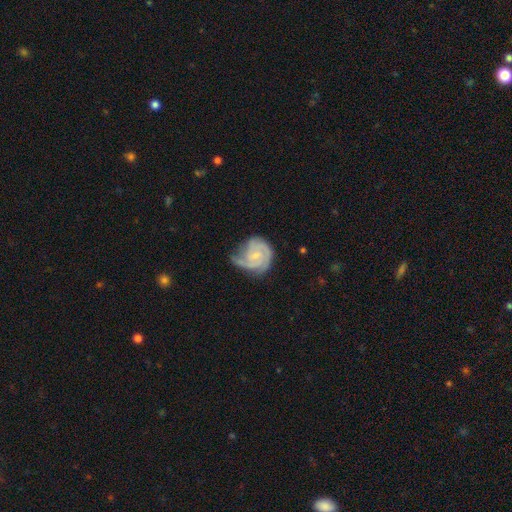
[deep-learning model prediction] This appears to be a featured or disk galaxy (78%) with no bar (61%), 2 (38%) tight (53%) spiral arms (95%) and a small central bulge (66%). Merging: none (44%).